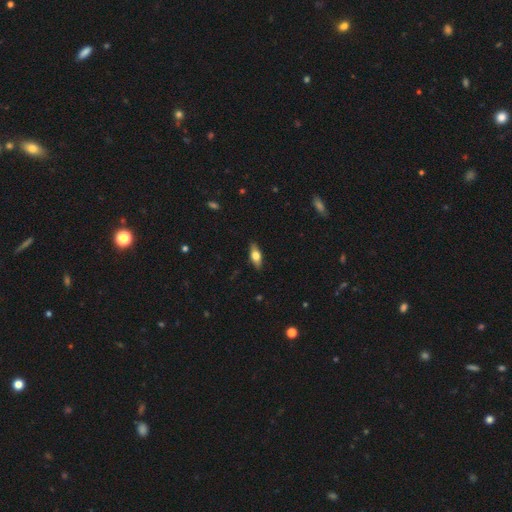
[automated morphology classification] This is likely a smooth galaxy (60%). How rounded: likely in between (74%). Merging: clearly none (87%).